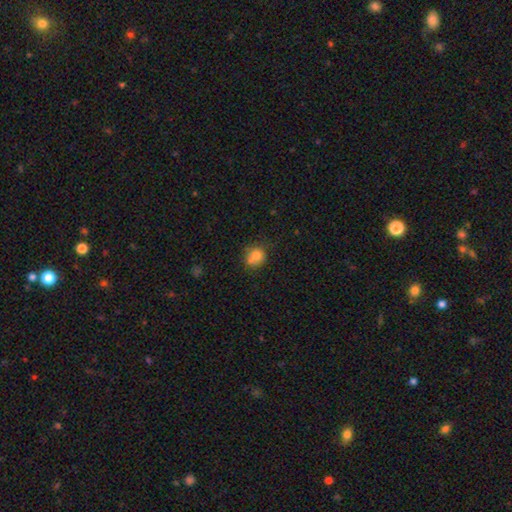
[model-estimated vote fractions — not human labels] This appears to be a smooth galaxy with no disk features (77%) that is round (70%). Merging: none (55%).